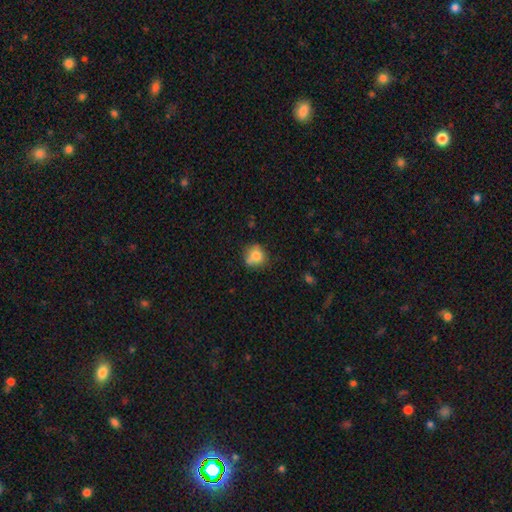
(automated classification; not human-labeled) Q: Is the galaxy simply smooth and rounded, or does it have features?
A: smooth — 77%.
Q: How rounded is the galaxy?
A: round — 81%.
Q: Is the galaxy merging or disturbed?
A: none — 62%.